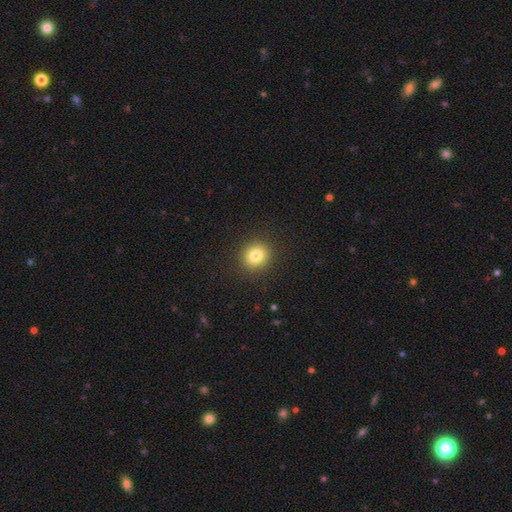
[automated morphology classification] type=smooth (81%); roundness=round (85%); merging=none (91%).